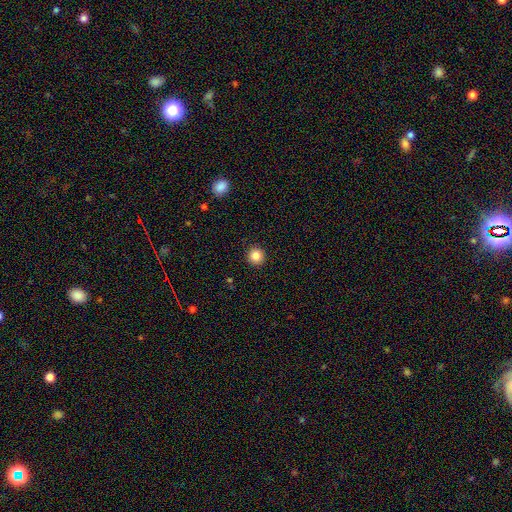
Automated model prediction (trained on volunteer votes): smooth 85%, star or artifact 10%, featured or disk 5%. Down the decision tree: how rounded — round (95%); merging — none (93%).